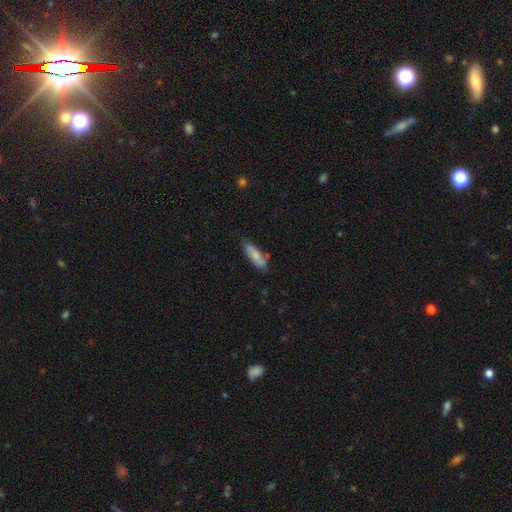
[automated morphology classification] Q: Smooth or featured?
A: smooth (79%); runner-up: featured or disk (15%)
Q: How rounded?
A: cigar-shaped (50%); runner-up: in between (49%)
Q: Merging?
A: none (69%); runner-up: minor disturbance (21%)